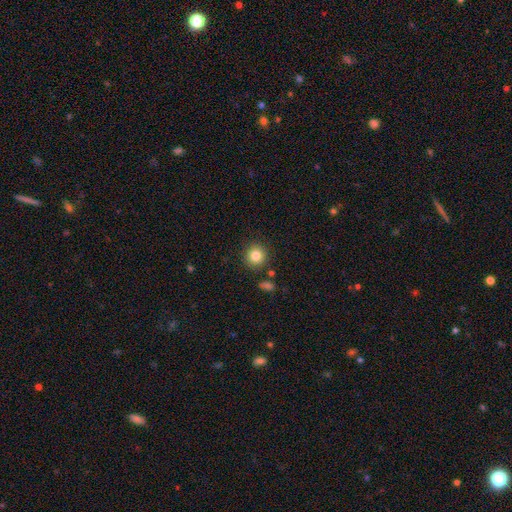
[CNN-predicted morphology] Overall: smooth (83%). How rounded: round (92%). Merging: none (87%).